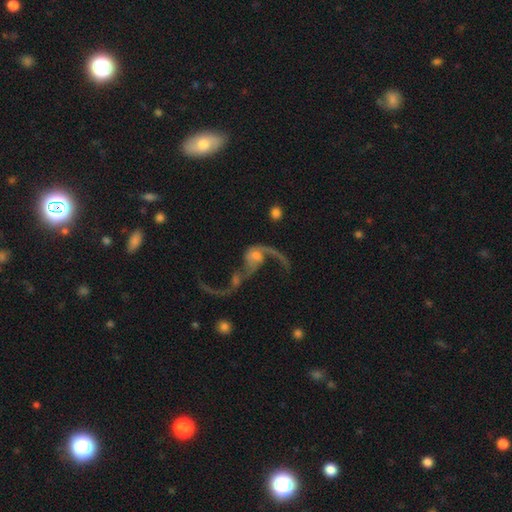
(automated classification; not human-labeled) smooth_or_featured: featured or disk (p=0.76) [alt: smooth p=0.15]
disk_edge_on: no (p=0.96) [alt: yes p=0.04]
bar: no (p=0.68) [alt: weak p=0.24]
has_spiral_arms: yes (p=0.81) [alt: no p=0.19]
spiral_winding: loose (p=0.90) [alt: medium p=0.08]
spiral_arm_count: 2 (p=0.62) [alt: 1 p=0.29]
bulge_size: moderate (p=0.38) [alt: small p=0.36]
merging: merger (p=0.47) [alt: major disturbance p=0.29]